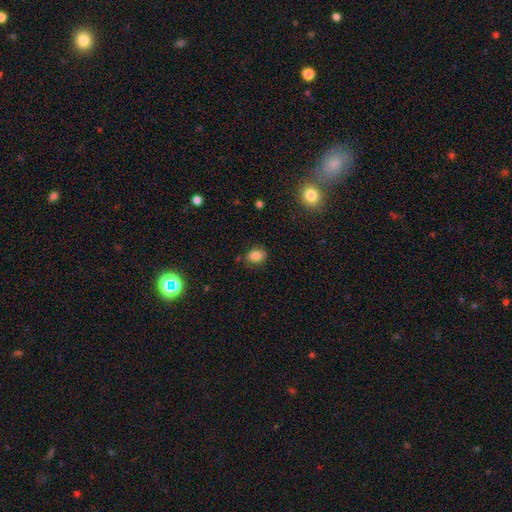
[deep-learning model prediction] Q: Smooth or featured?
A: smooth (82%); runner-up: star or artifact (11%)
Q: How rounded?
A: in between (58%); runner-up: round (41%)
Q: Merging?
A: none (79%); runner-up: minor disturbance (15%)